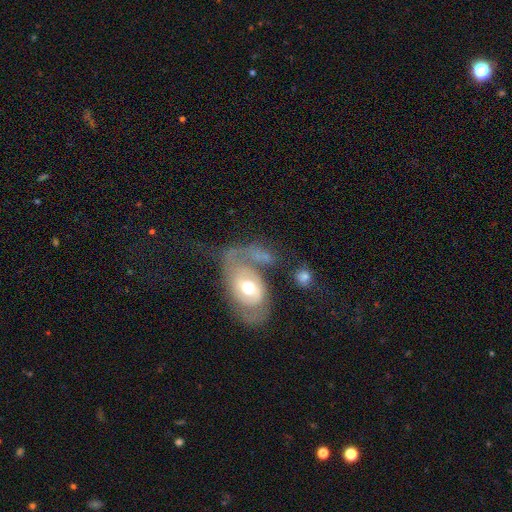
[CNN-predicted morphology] This is likely a featured or disk galaxy (69%). It is clearly not viewed edge-on (95%). Bar: likely no (70%). Spiral arm pattern: likely yes (67%). Central bulge: likely moderate (73%). Merging: marginally none (29%).